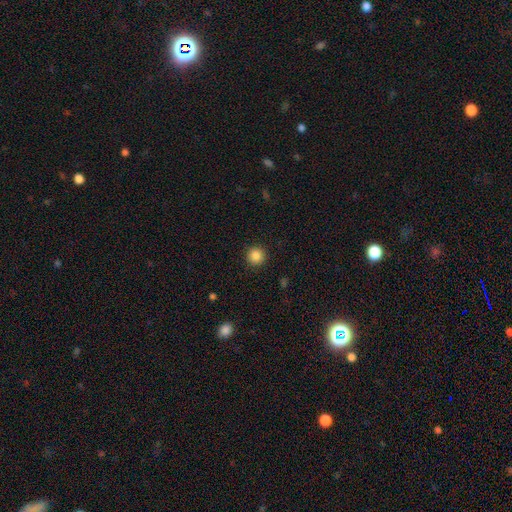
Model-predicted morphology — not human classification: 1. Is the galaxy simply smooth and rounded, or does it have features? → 87% smooth, 10% star or artifact, 3% featured or disk.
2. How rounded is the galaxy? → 95% round, 4% in between, 1% cigar-shaped.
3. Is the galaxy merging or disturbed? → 92% none, 5% minor disturbance, 2% major disturbance, 1% merger.